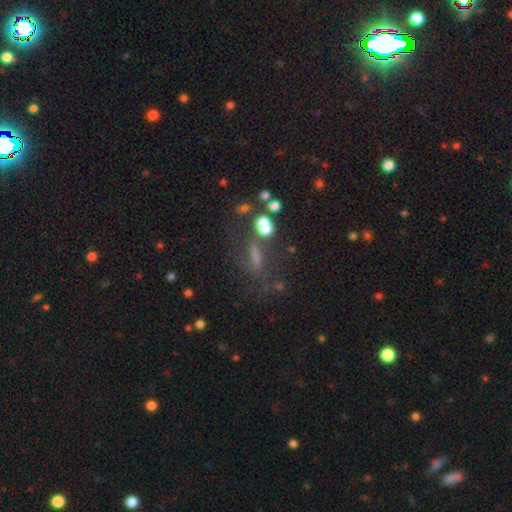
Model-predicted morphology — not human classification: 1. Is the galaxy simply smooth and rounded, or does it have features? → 41% smooth, 33% featured or disk, 27% star or artifact.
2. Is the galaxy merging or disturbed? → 51% none, 19% minor disturbance, 18% major disturbance, 13% merger.